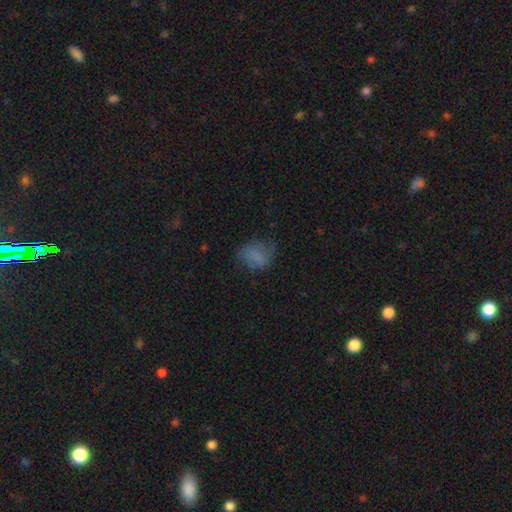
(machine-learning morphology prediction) The model was most divided on "how rounded": in between: 57%, round: 41%, cigar-shaped: 1%. More confident: smooth or featured — smooth (73%); merging — none (58%).